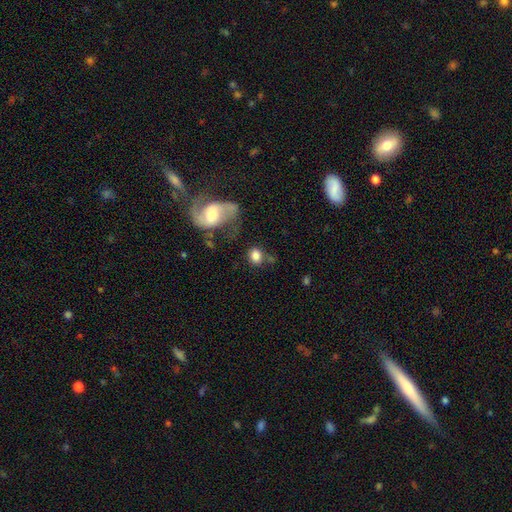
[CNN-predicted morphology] Overall: smooth (77%). How rounded: round (56%; in between 42%). Merging: none (61%).